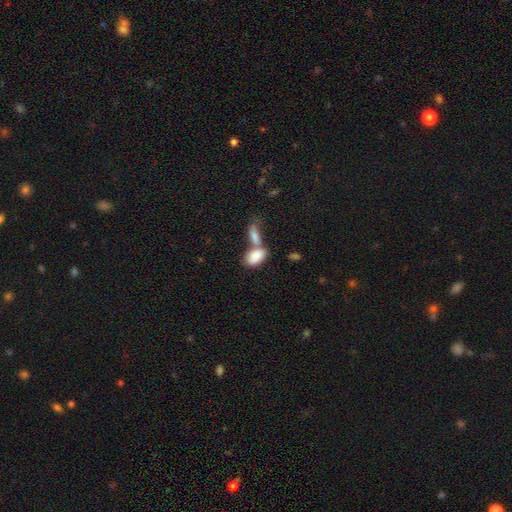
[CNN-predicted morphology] Q: Smooth or featured?
A: smooth (85%); runner-up: featured or disk (9%)
Q: How rounded?
A: in between (92%); runner-up: round (5%)
Q: Merging?
A: merger (62%); runner-up: none (23%)